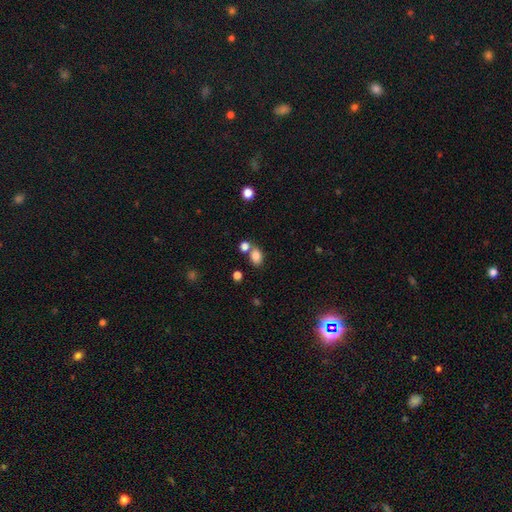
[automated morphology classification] Q: Smooth or featured?
A: smooth (82%); runner-up: star or artifact (11%)
Q: How rounded?
A: in between (69%); runner-up: round (30%)
Q: Merging?
A: none (58%); runner-up: merger (27%)